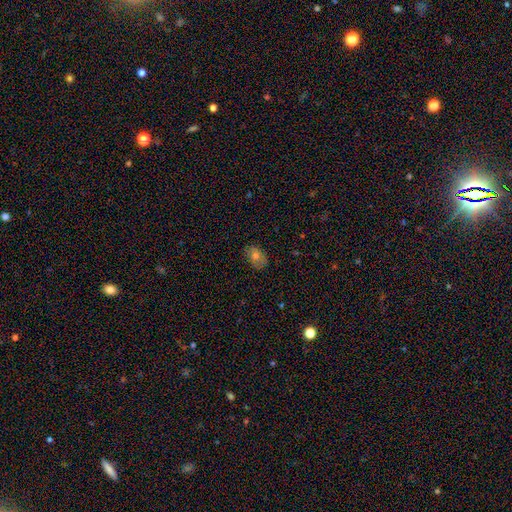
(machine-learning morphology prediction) smooth 67%, featured or disk 21%, star or artifact 12%. Down the decision tree: how rounded — in between (76%); merging — none (79%).